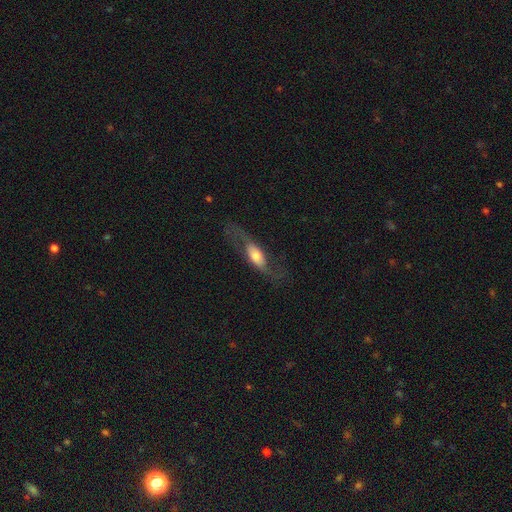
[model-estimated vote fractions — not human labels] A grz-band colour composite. It shows a featured or disk galaxy (60%). Merging: none (59%).